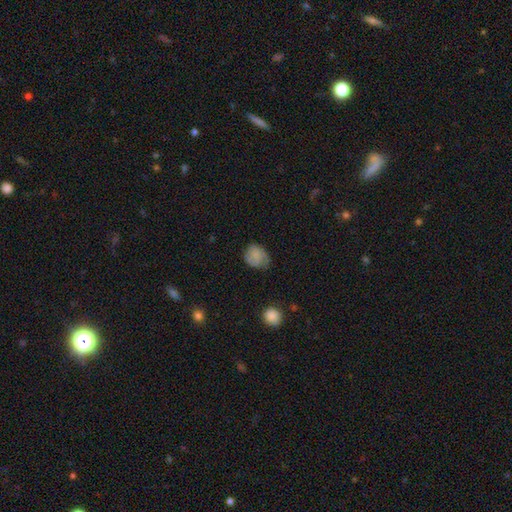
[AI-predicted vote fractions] This is likely a smooth galaxy (78%). How rounded: possibly round (55%). Merging: possibly none (57%).